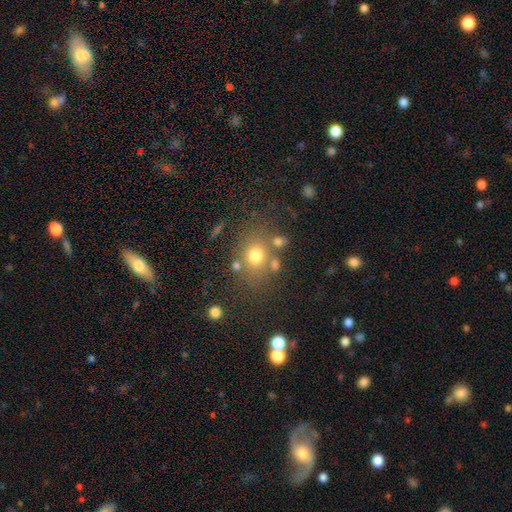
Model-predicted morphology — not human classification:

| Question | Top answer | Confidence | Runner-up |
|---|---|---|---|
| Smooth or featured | smooth | 70% | star or artifact (17%) |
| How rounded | round | 59% | in between (40%) |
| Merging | none | 68% | minor disturbance (14%) |